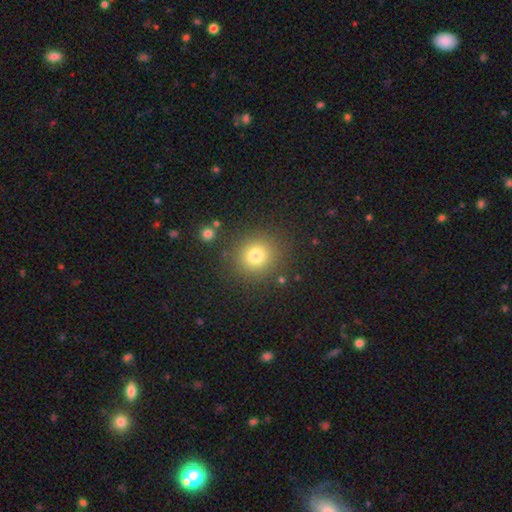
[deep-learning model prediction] Smooth or featured? Predicted: smooth (p=0.78). How rounded? Predicted: round (p=0.90). Merging? Predicted: none (p=0.87).